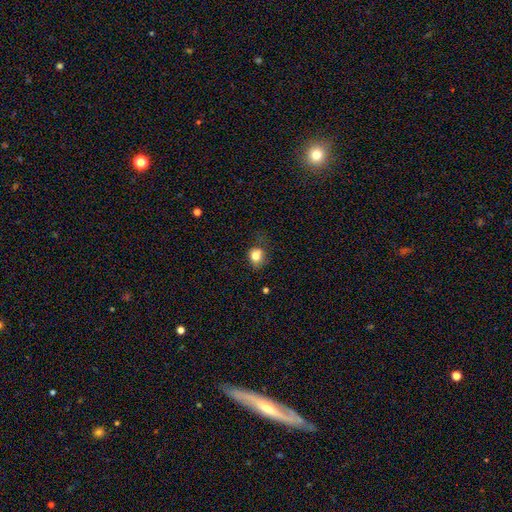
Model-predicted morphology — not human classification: The model was most divided on "how rounded": round: 60%, in between: 39%, cigar-shaped: 1%. More confident: smooth or featured — smooth (80%); merging — none (54%).